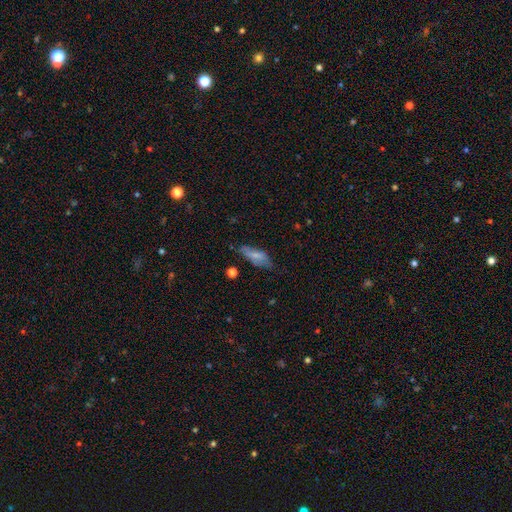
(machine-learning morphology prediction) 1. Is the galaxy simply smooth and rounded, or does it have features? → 66% smooth, 26% featured or disk, 8% star or artifact.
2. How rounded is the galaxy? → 63% in between, 34% cigar-shaped, 3% round.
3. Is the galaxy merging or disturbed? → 55% none, 30% minor disturbance, 11% major disturbance, 3% merger.